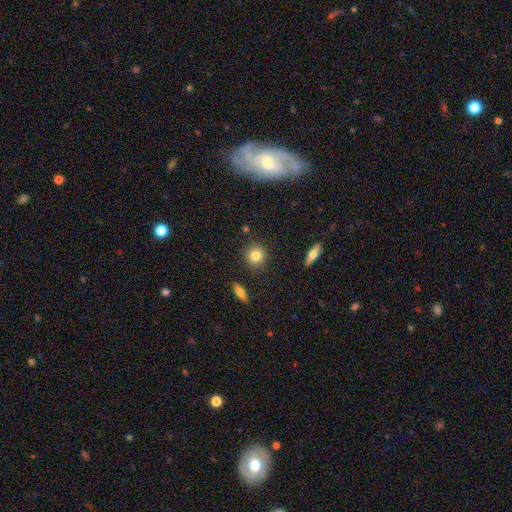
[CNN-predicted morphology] Overall: smooth (82%). How rounded: round (90%). Merging: none (89%).